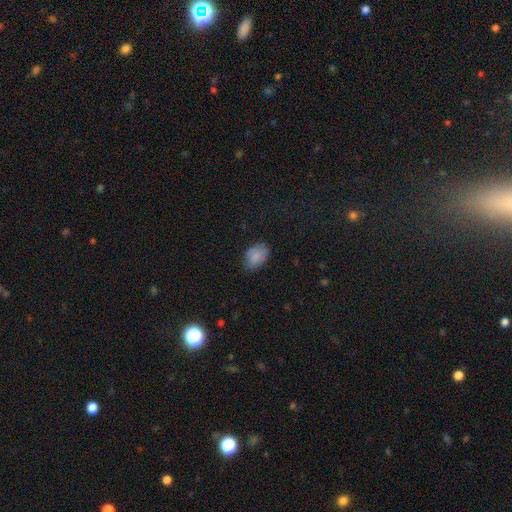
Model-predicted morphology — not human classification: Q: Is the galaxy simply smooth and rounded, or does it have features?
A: smooth — 84%.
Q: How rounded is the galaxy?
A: in between — 81%.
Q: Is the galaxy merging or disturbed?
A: none — 68%.